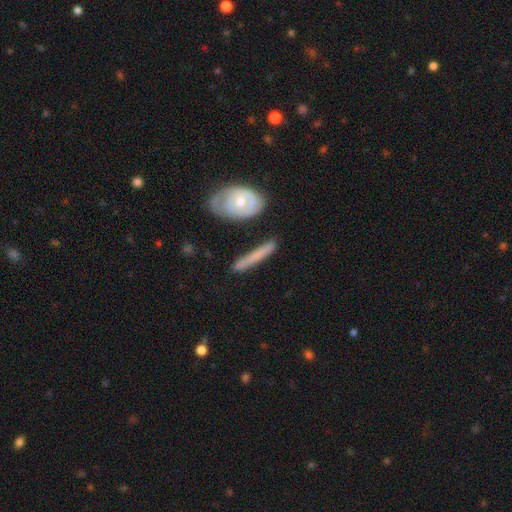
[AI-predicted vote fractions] Smooth or featured? smooth (53%)
How rounded? cigar-shaped (87%)
Merging? none (78%)